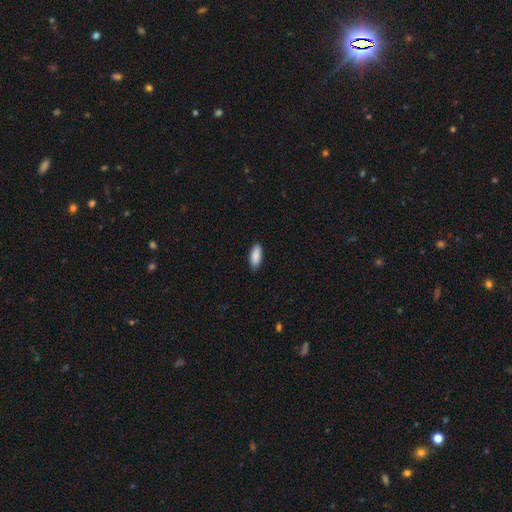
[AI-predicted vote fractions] This is clearly a smooth galaxy (90%). How rounded: clearly in between (84%). Merging: clearly none (87%).